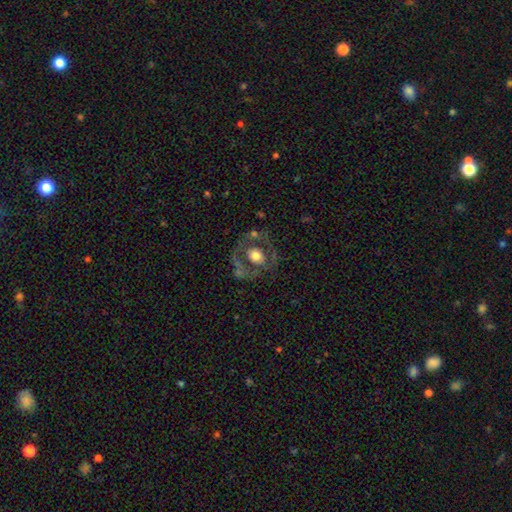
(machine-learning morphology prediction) The model was most divided on "smooth or featured": featured or disk: 50%, smooth: 42%, star or artifact: 8%. More confident: edge-on disk — no (95%); merging — none (64%).